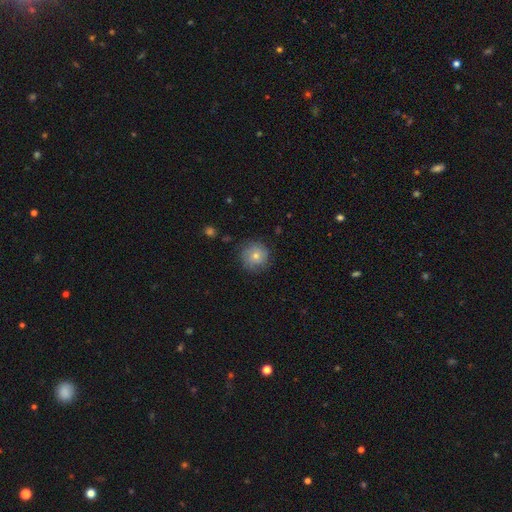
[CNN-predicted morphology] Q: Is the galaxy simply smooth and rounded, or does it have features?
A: smooth — 57%.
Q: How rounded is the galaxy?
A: round — 94%.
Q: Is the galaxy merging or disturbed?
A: none — 83%.